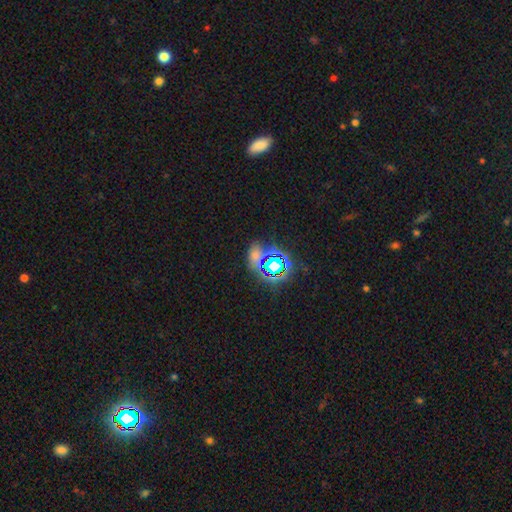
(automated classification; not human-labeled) A star or artifact, not a galaxy (61%).

Vote fractions:
- Smooth or featured? star or artifact: 61% / smooth: 28% / featured or disk: 11%